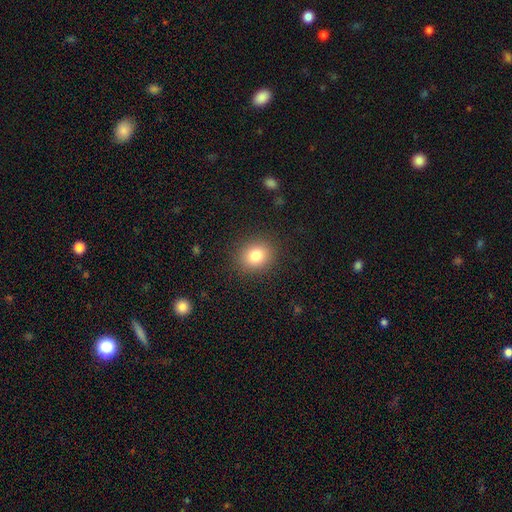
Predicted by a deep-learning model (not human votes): The model was most divided on "how rounded": round: 68%, in between: 31%, cigar-shaped: 1%. More confident: merging — none (88%); smooth or featured — smooth (82%).